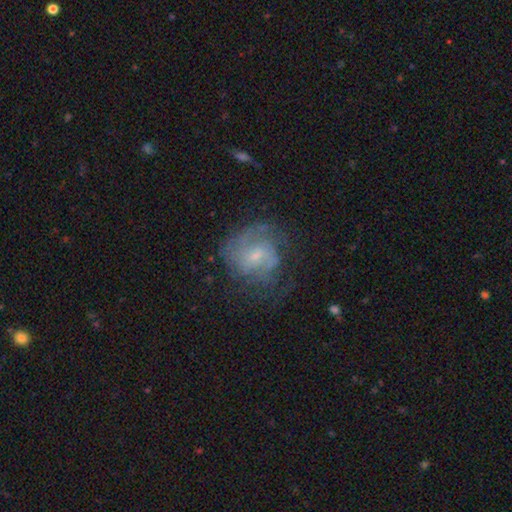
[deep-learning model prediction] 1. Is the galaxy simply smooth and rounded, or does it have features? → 67% featured or disk, 24% smooth, 9% star or artifact.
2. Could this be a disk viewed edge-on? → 97% no, 3% yes.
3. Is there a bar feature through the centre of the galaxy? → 51% no, 42% weak, 7% strong.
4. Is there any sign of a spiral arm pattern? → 80% yes, 20% no.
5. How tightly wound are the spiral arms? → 41% medium, 40% tight, 19% loose.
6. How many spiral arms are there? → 42% can't tell, 31% 2, 12% 3, 8% 1, 4% 4, 3% more than 4.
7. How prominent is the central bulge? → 67% small, 24% moderate, 6% none, 2% large, 1% dominant.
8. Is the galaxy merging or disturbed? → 54% none, 22% minor disturbance, 22% major disturbance, 2% merger.